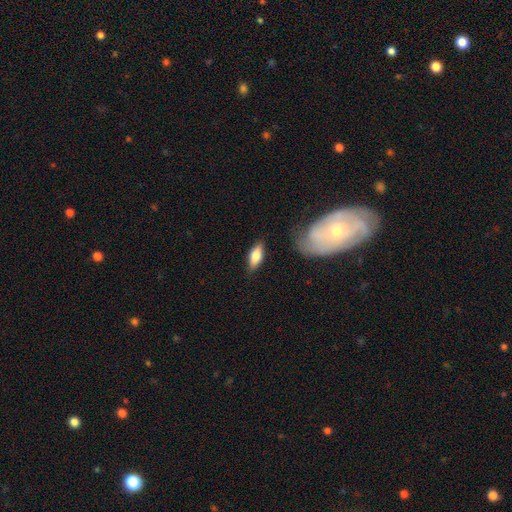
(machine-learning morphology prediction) Smooth or featured: smooth — 71% (featured or disk — 23%)
How rounded: in between — 72% (cigar-shaped — 25%)
Merging: none — 82% (minor disturbance — 12%)